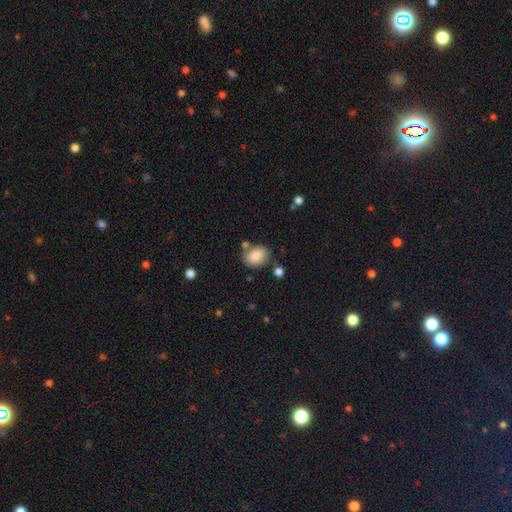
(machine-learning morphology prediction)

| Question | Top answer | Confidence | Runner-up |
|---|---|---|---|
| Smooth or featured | smooth | 84% | star or artifact (8%) |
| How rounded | in between | 65% | round (34%) |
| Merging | none | 71% | minor disturbance (16%) |